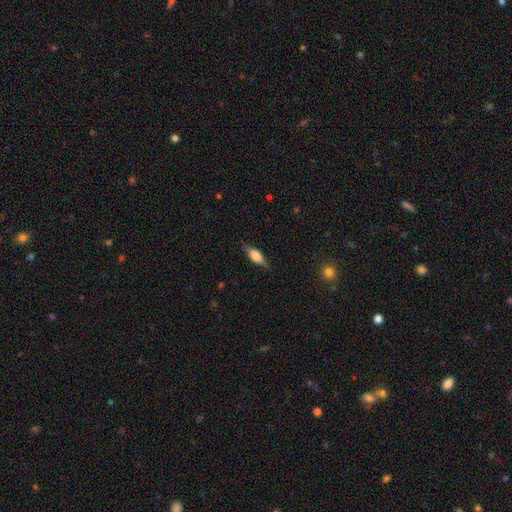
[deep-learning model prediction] Smooth or featured?
  - smooth: 57% *
  - featured or disk: 36%
  - star or artifact: 7%
How rounded?
  - in between: 63% *
  - cigar-shaped: 33%
  - round: 4%
Merging?
  - none: 81% *
  - minor disturbance: 14%
  - major disturbance: 3%
  - merger: 1%